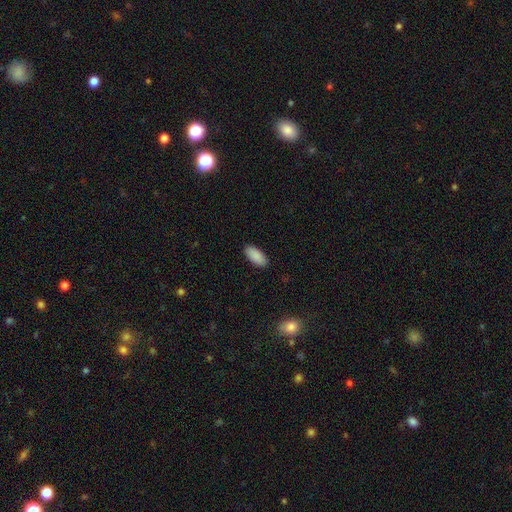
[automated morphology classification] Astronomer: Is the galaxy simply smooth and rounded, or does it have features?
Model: smooth — 90%.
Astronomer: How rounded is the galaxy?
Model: in between — 90%.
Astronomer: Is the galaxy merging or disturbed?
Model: none — 89%.